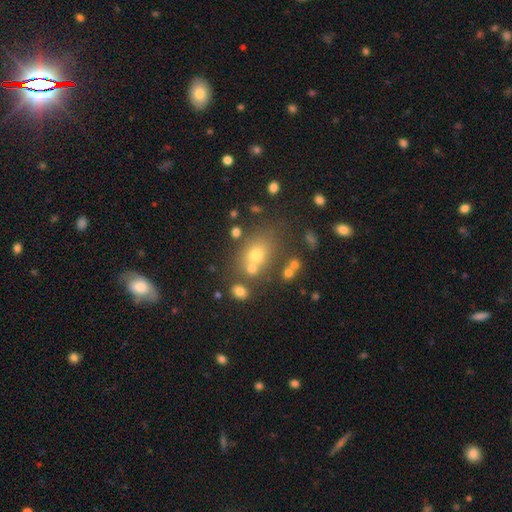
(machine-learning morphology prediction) Overall: smooth (65%). How rounded: in between (52%; round 47%). Merging: none (57%; merger 24%).